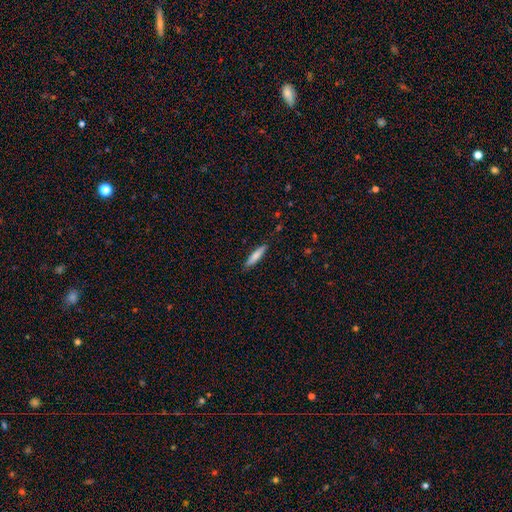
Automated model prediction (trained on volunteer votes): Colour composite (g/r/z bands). It shows a smooth galaxy with no disk features (76%) that is cigar-shaped (84%). Merging: none (88%).